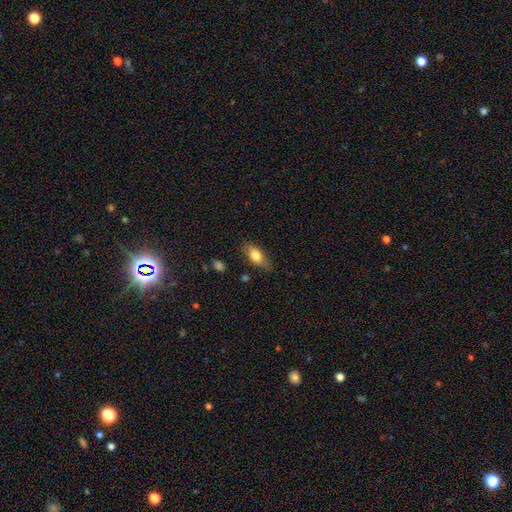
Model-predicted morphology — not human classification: smooth_or_featured: smooth (p=0.73) [alt: featured or disk p=0.20]
how_rounded: in between (p=0.81) [alt: cigar-shaped p=0.15]
merging: none (p=0.80) [alt: minor disturbance p=0.15]